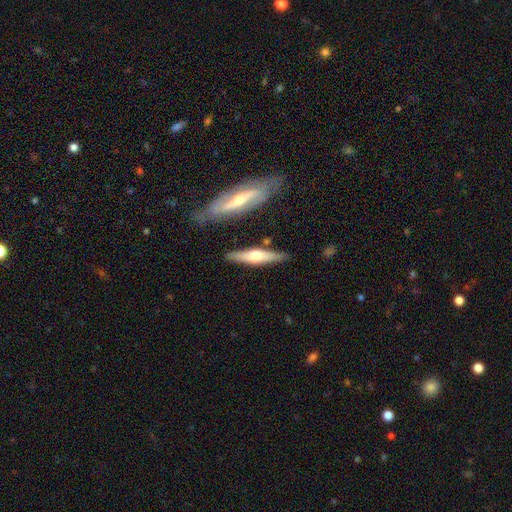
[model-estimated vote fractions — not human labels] Smooth or featured: featured or disk — 55% (smooth — 41%)
Edge-on disk: yes — 93% (no — 7%)
Edge-on bulge: rounded — 85% (boxy — 10%)
Merging: none — 81% (minor disturbance — 11%)